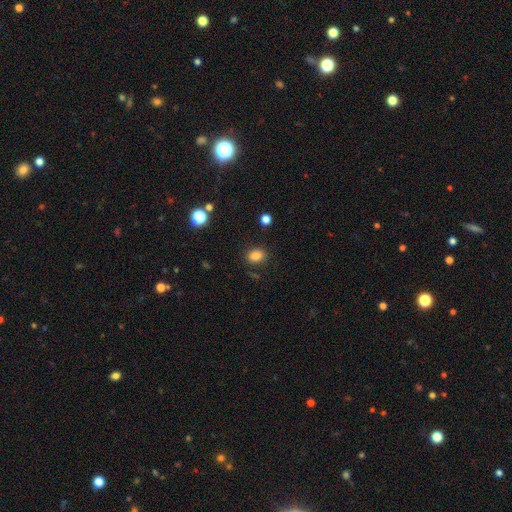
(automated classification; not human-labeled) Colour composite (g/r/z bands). It shows a smooth galaxy with no disk features (84%) that is in between round and cigar-shaped (64%). Merging: none (85%).